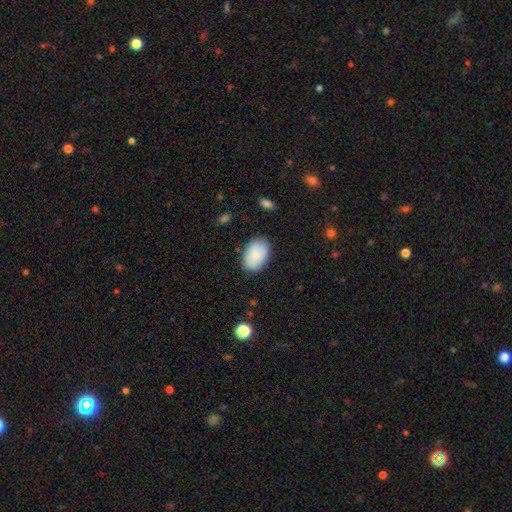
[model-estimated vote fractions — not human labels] smooth 86%, featured or disk 8%, star or artifact 6%. Down the decision tree: how rounded — in between (87%); merging — none (85%).